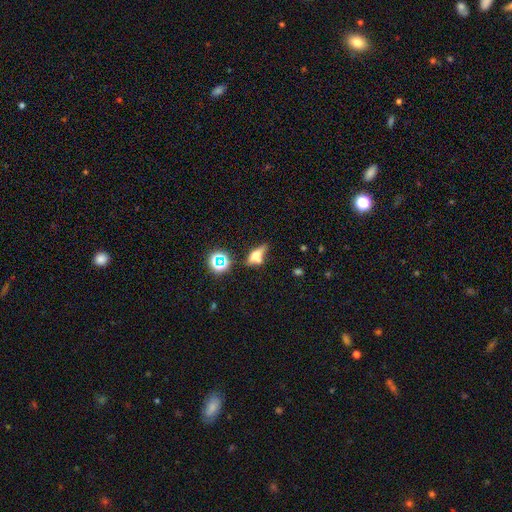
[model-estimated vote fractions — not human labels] Smooth or featured: smooth — 48% (featured or disk — 36%)
Merging: none — 46% (minor disturbance — 23%)